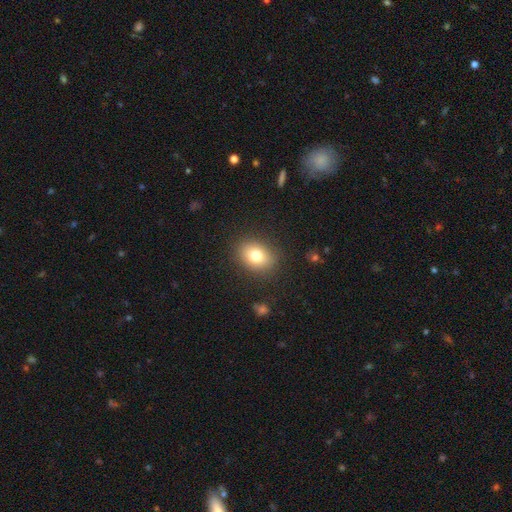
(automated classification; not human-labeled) This appears to be a smooth galaxy with no disk features (78%) that is in between round and cigar-shaped (54%). Merging: none (87%).